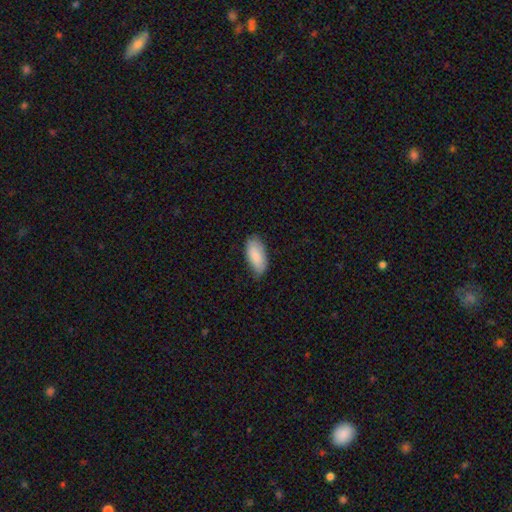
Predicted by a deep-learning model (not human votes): Smooth or featured? Predicted: smooth (p=0.86). How rounded? Predicted: in between (p=0.91). Merging? Predicted: none (p=0.72).